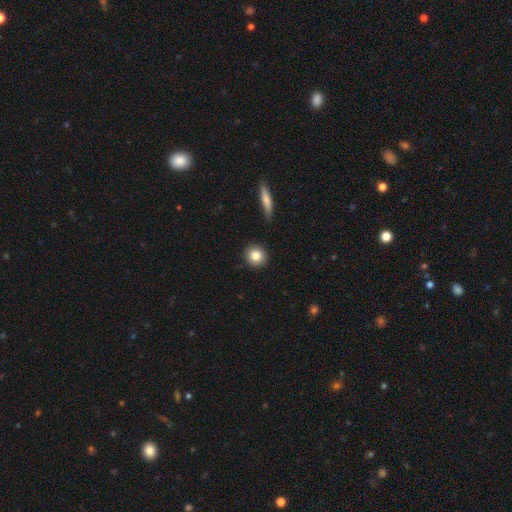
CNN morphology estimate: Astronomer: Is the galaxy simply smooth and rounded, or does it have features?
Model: smooth — 83%.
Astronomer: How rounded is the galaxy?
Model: round — 90%.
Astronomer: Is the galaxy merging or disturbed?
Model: none — 91%.